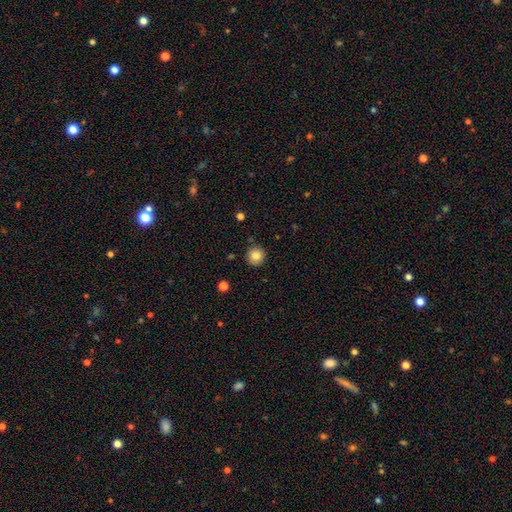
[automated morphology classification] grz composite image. It shows a smooth galaxy with no disk features (83%) that is round (94%). Merging: none (88%).